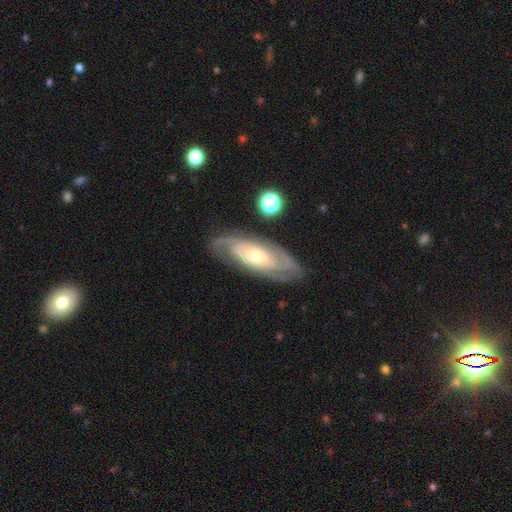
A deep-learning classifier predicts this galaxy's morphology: featured or disk 82%, smooth 13%, star or artifact 6%. Down the decision tree: edge-on disk — no (89%); bar — no (70%); spiral arms — yes (93%); spiral arm count — 2 (43%); spiral winding — tight (62%); bulge size — small (49%); merging — none (77%).